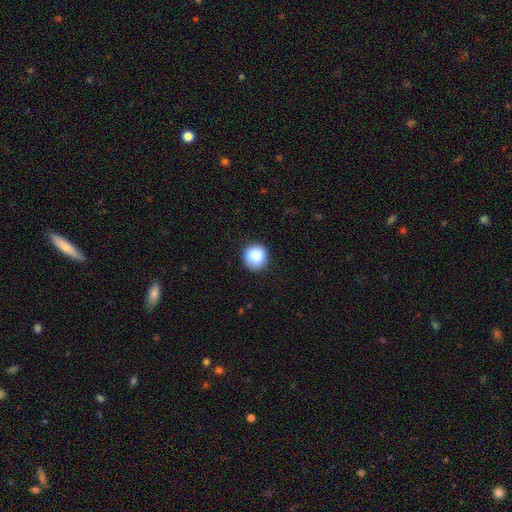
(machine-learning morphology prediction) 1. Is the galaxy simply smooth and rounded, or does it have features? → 88% smooth, 8% star or artifact, 4% featured or disk.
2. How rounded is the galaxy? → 94% round, 5% in between, 1% cigar-shaped.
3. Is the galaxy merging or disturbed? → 89% none, 8% minor disturbance, 2% major disturbance, 1% merger.